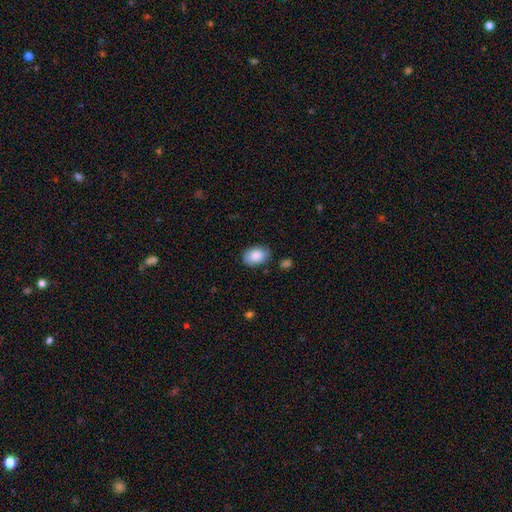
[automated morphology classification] Smooth or featured: smooth — 87% (star or artifact — 7%)
How rounded: in between — 82% (round — 17%)
Merging: none — 81% (minor disturbance — 14%)